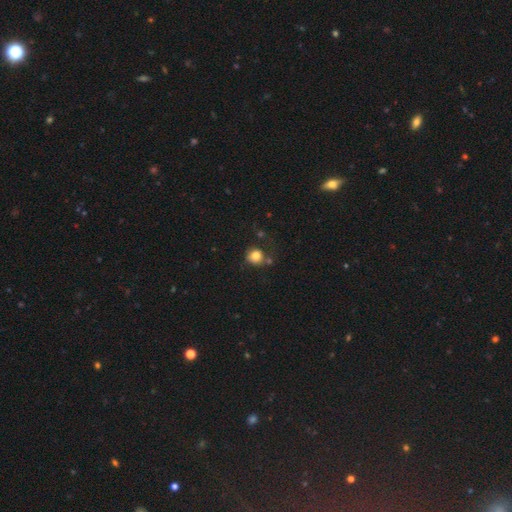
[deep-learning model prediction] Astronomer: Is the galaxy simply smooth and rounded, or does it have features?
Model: smooth — 80%.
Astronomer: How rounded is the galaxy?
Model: round — 84%.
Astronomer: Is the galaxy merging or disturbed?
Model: none — 66%.